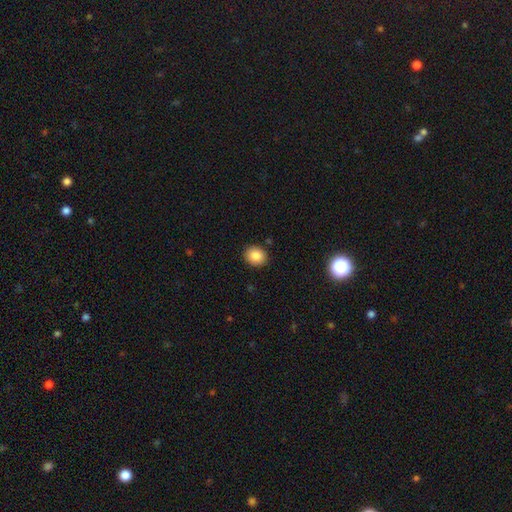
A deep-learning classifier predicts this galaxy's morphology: Smooth or featured: smooth — 86% (star or artifact — 9%)
How rounded: round — 72% (in between — 27%)
Merging: none — 89% (minor disturbance — 7%)